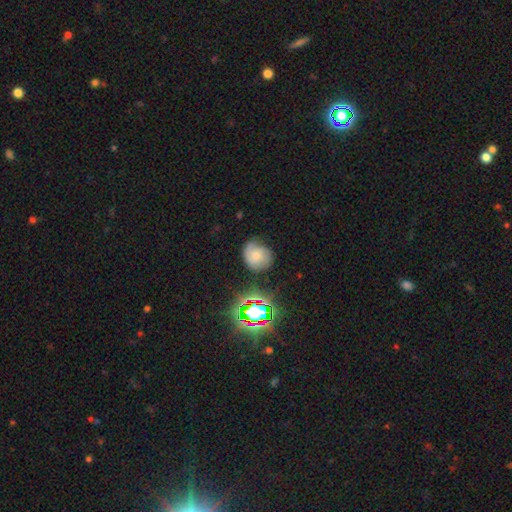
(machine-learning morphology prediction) Smooth or featured? smooth (46%)
Merging? none (60%)